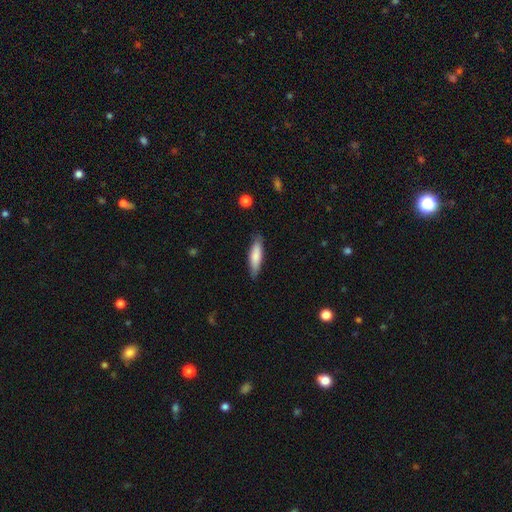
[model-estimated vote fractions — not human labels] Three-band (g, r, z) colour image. It shows a smooth galaxy with no disk features (78%) that is cigar-shaped (66%). Merging: none (84%).